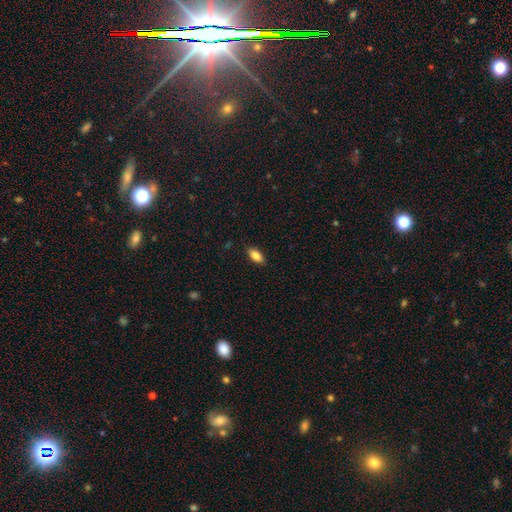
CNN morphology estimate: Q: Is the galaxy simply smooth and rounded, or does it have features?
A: smooth — 84%.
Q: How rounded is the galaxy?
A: in between — 87%.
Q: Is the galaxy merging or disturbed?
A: none — 87%.